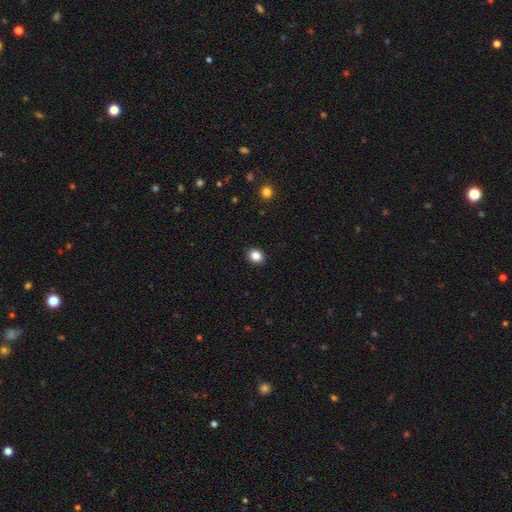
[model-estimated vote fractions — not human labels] This appears to be a smooth galaxy with no disk features (85%) that is round (52%). Merging: none (91%).